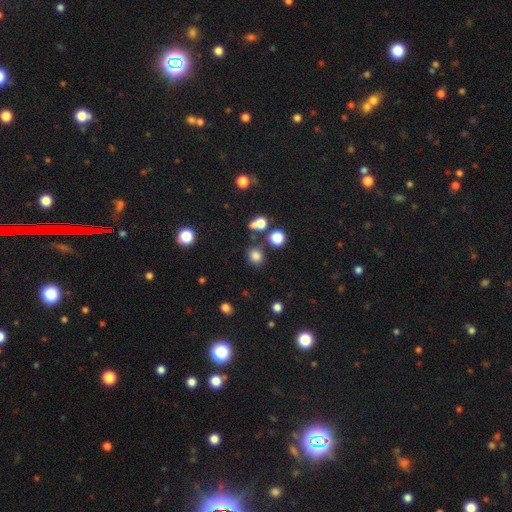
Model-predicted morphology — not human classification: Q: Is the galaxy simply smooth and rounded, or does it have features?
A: smooth — 79%.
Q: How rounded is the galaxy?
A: round — 77%.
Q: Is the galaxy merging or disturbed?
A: none — 77%.